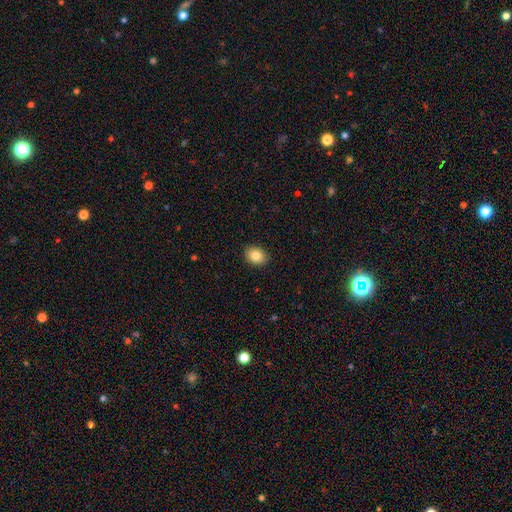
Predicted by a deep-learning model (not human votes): Smooth or featured? Predicted: smooth (p=0.84). How rounded? Predicted: in between (p=0.56). Merging? Predicted: none (p=0.90).